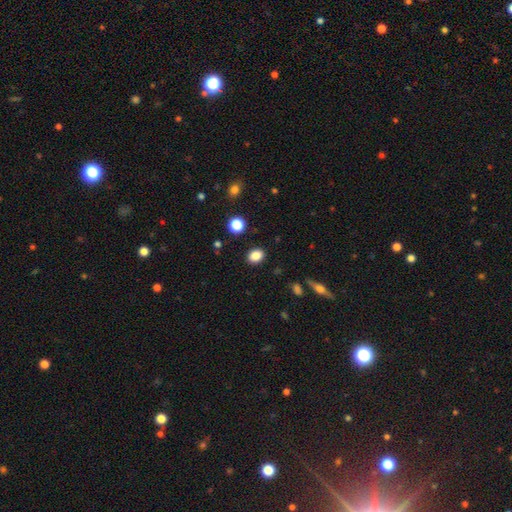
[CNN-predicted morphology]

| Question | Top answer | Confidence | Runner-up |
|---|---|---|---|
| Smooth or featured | smooth | 85% | star or artifact (10%) |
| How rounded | in between | 57% | round (42%) |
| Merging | none | 89% | minor disturbance (7%) |